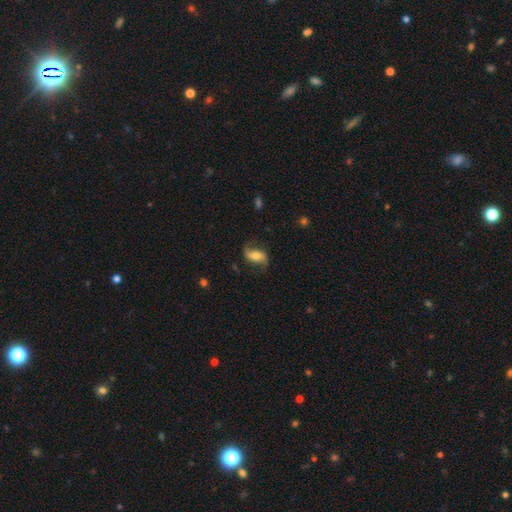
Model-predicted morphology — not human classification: Smooth or featured? Predicted: featured or disk (p=0.66). Edge-on disk? Predicted: no (p=0.93). Bar? Predicted: no (p=0.42). Spiral arms? Predicted: yes (p=0.91). Spiral winding? Predicted: loose (p=0.73). Spiral arm count? Predicted: 2 (p=0.90). Bulge size? Predicted: moderate (p=0.54). Merging? Predicted: none (p=0.71).